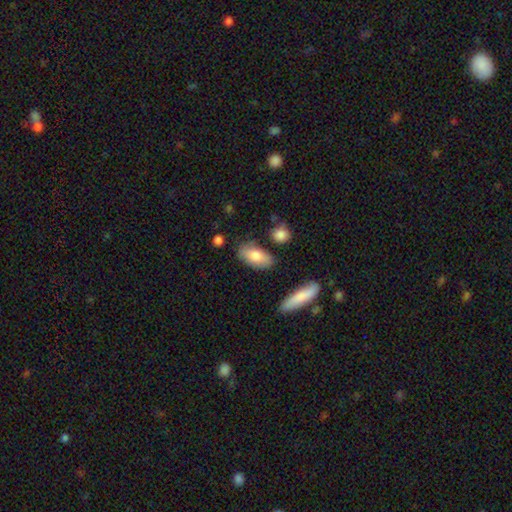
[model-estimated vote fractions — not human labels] Smooth or featured? Predicted: smooth (p=0.79). How rounded? Predicted: in between (p=0.89). Merging? Predicted: none (p=0.75).